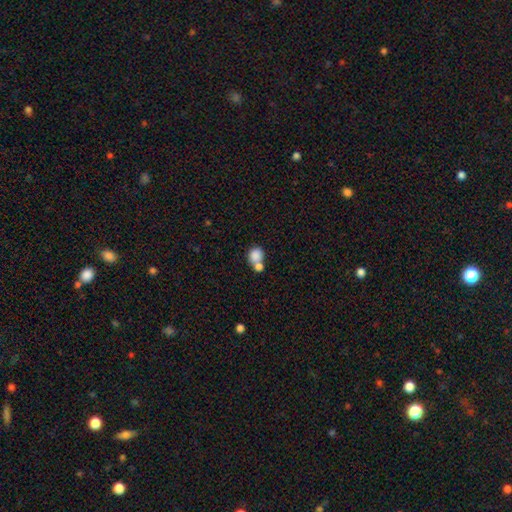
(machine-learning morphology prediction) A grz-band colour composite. It shows a smooth galaxy with no disk features (83%) that is round (75%). Merging: merger (52%).